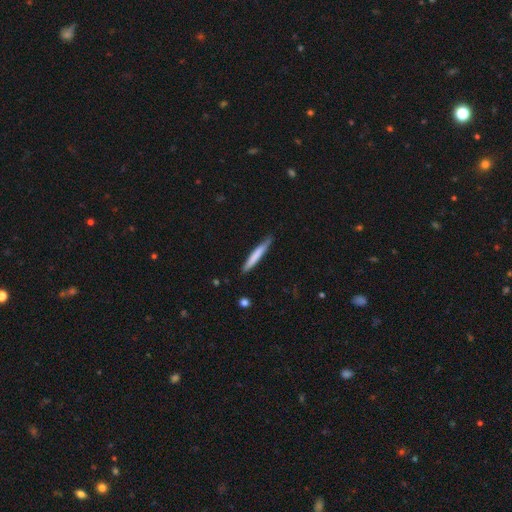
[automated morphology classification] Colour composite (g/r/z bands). It shows a smooth galaxy with no disk features (70%) that is cigar-shaped (95%). Merging: none (84%).